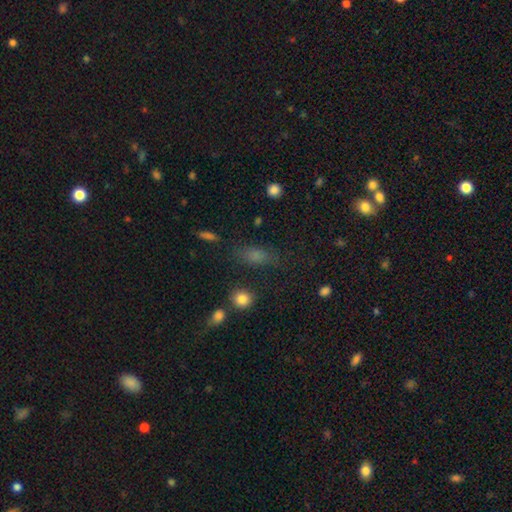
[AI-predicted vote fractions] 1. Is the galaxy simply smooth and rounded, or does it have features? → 71% smooth, 18% star or artifact, 11% featured or disk.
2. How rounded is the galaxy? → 70% in between, 18% cigar-shaped, 12% round.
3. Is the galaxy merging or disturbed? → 70% none, 17% minor disturbance, 9% major disturbance, 4% merger.